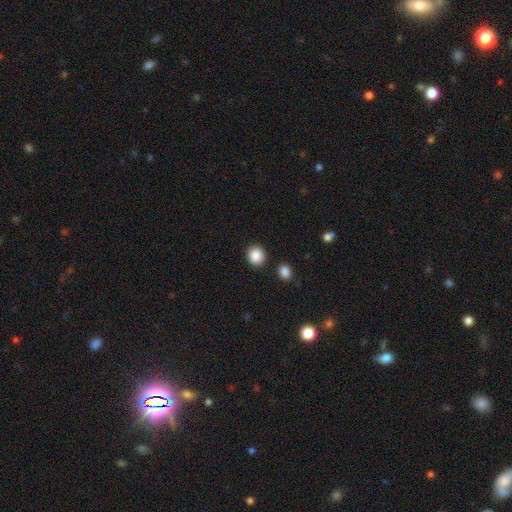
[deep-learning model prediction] Smooth or featured? smooth (88%)
How rounded? round (87%)
Merging? none (87%)